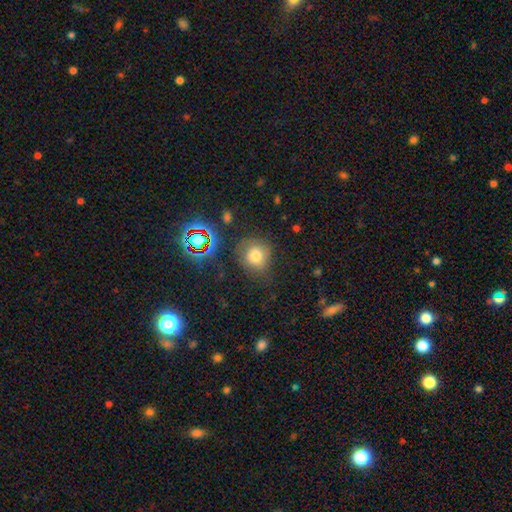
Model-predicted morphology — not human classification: Smooth or featured? Predicted: smooth (p=0.72). How rounded? Predicted: round (p=0.83). Merging? Predicted: none (p=0.70).